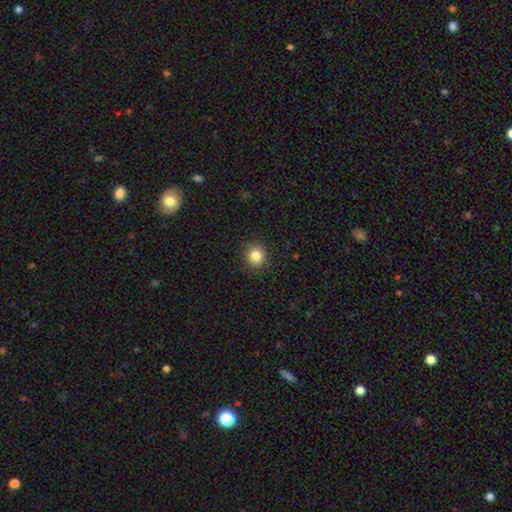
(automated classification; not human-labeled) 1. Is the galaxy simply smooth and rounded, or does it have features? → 84% smooth, 11% star or artifact, 5% featured or disk.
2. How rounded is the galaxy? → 93% round, 6% in between, 1% cigar-shaped.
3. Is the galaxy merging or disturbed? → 91% none, 6% minor disturbance, 2% major disturbance, 1% merger.